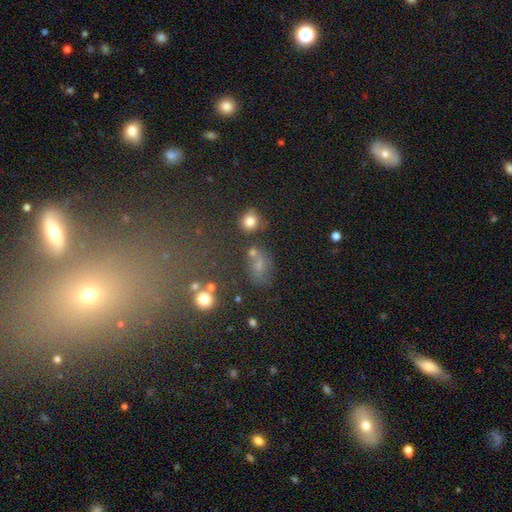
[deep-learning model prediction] smooth_or_featured: smooth (p=0.61) [alt: star or artifact p=0.20]
how_rounded: in between (p=0.63) [alt: round p=0.33]
merging: none (p=0.49) [alt: merger p=0.21]